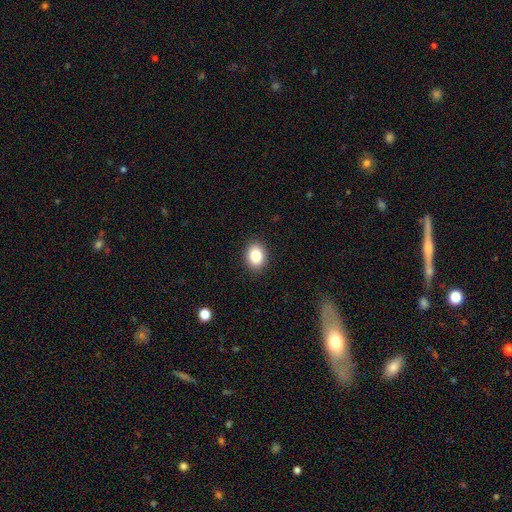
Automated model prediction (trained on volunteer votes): The model was most divided on "how rounded": in between: 58%, round: 42%, cigar-shaped: 1%. More confident: merging — none (90%); smooth or featured — smooth (84%).